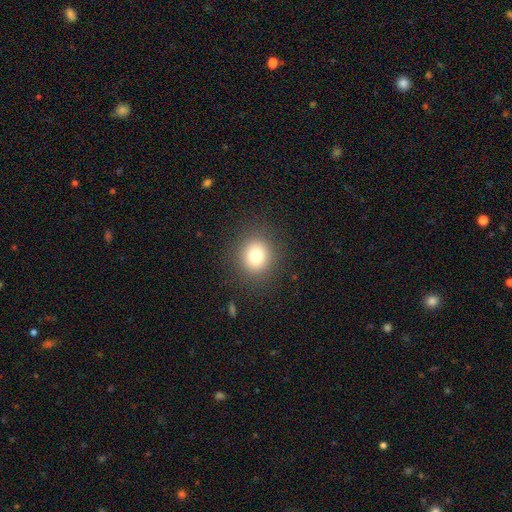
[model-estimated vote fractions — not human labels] A smooth galaxy with no disk features (79%) that is round (86%). Merging: none (88%).